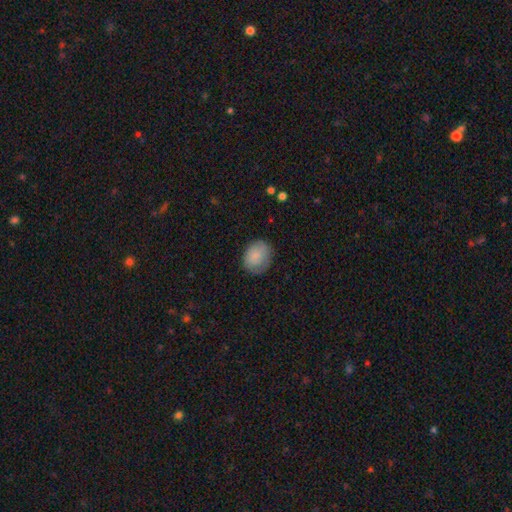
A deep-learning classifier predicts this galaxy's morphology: smooth_or_featured: smooth (p=0.82) [alt: featured or disk p=0.11]
how_rounded: round (p=0.51) [alt: in between p=0.49]
merging: none (p=0.74) [alt: minor disturbance p=0.20]